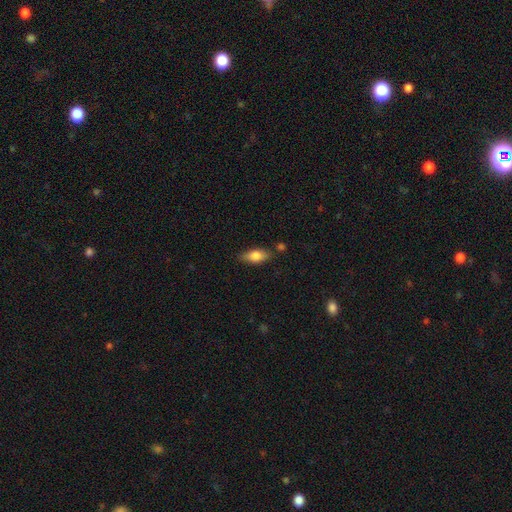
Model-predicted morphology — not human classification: The model was most divided on "smooth or featured": smooth: 73%, featured or disk: 20%, star or artifact: 7%. More confident: merging — none (79%); how rounded — in between (78%).